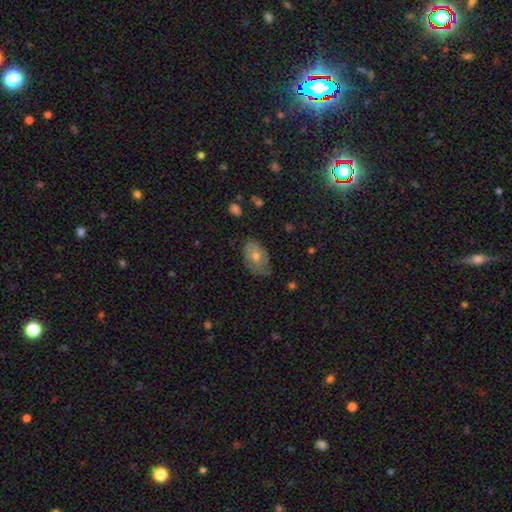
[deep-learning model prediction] Overall: featured or disk (46%; smooth 41%). Merging: none (70%).